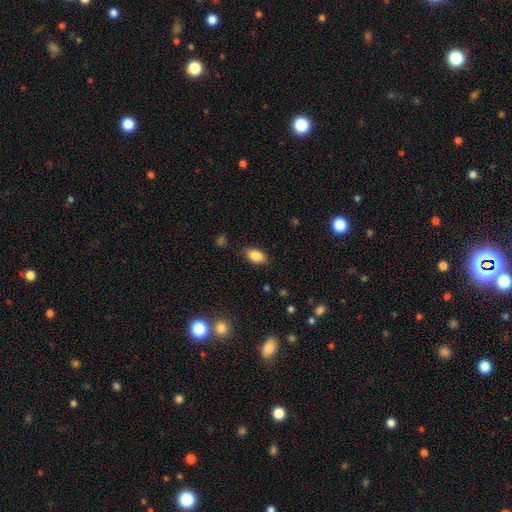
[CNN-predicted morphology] A smooth galaxy with no disk features (86%) that is in between round and cigar-shaped (92%). Merging: none (87%).